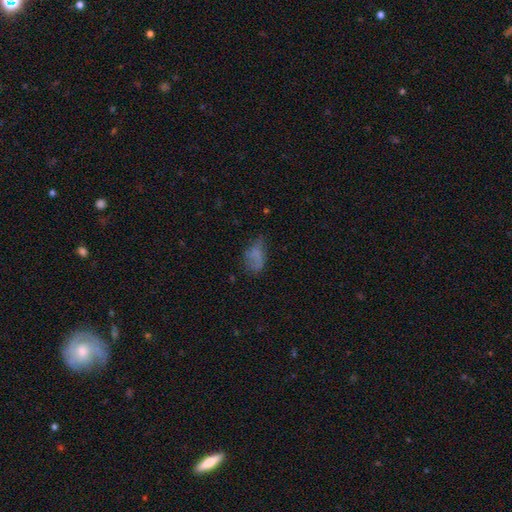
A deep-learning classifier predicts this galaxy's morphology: smooth 65%, featured or disk 21%, star or artifact 14%. Down the decision tree: how rounded — in between (88%); merging — none (40%).